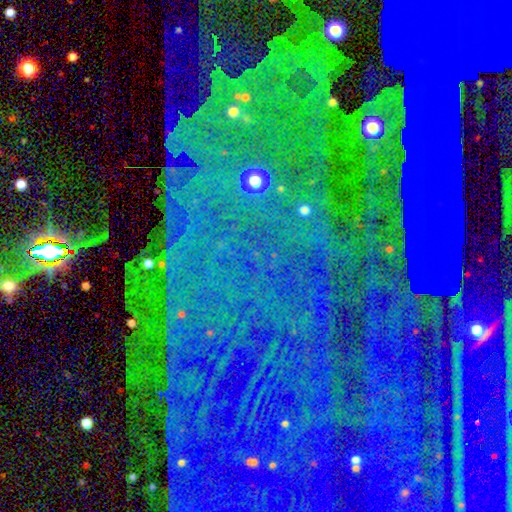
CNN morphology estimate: The model was most divided on "smooth or featured": star or artifact: 83%, featured or disk: 9%, smooth: 7%.